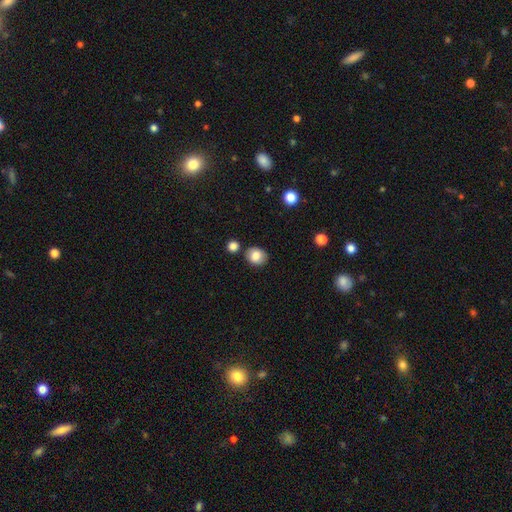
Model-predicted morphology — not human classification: Smooth or featured?
  - smooth: 83% *
  - star or artifact: 9%
  - featured or disk: 8%
How rounded?
  - round: 61% *
  - in between: 38%
  - cigar-shaped: 1%
Merging?
  - none: 80% *
  - minor disturbance: 11%
  - merger: 7%
  - major disturbance: 2%